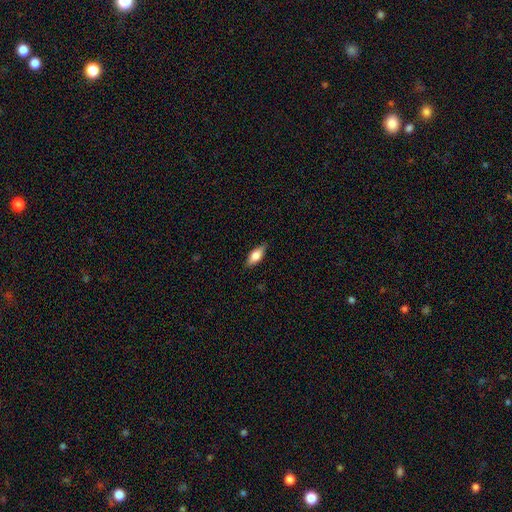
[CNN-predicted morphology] This is likely a smooth galaxy (71%). How rounded: likely in between (78%). Merging: clearly none (84%).